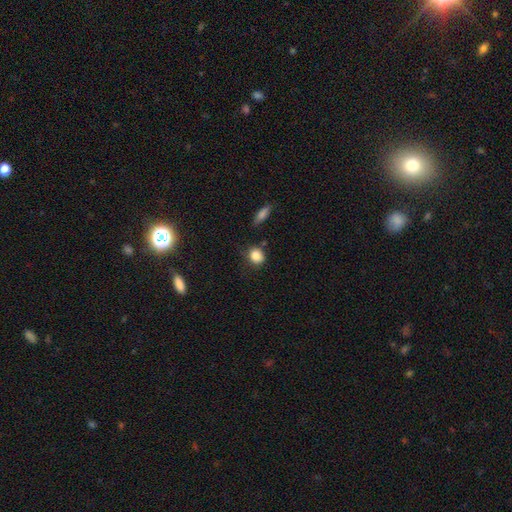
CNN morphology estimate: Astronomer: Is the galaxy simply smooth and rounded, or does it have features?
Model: smooth — 85%.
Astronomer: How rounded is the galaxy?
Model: round — 66%.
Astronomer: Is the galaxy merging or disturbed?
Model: none — 70%.